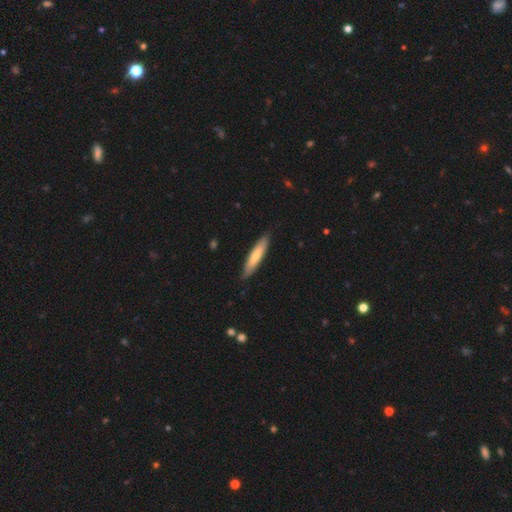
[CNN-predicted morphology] A smooth galaxy with no disk features (71%) that is cigar-shaped (83%). Merging: none (87%).